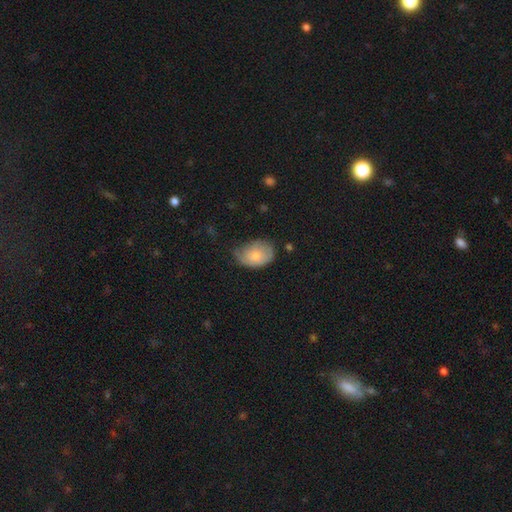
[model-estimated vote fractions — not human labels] smooth 66%, featured or disk 27%, star or artifact 7%. Down the decision tree: how rounded — in between (80%); merging — none (45%).